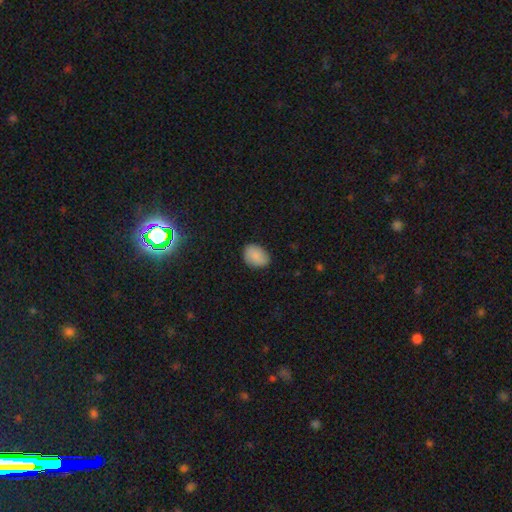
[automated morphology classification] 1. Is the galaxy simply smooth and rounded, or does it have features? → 85% smooth, 8% featured or disk, 7% star or artifact.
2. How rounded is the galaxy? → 74% in between, 25% round, 1% cigar-shaped.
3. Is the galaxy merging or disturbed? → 80% none, 16% minor disturbance, 3% major disturbance, 1% merger.